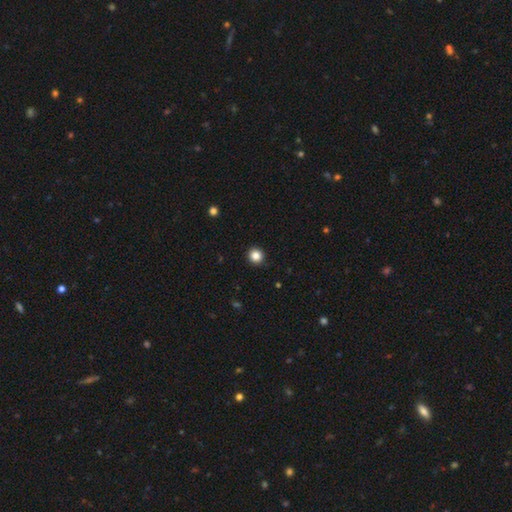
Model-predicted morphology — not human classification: A smooth galaxy with no disk features (85%) that is round (94%).

Vote fractions:
- Smooth or featured? smooth: 85% / star or artifact: 11% / featured or disk: 4%
- How rounded? round: 94% / in between: 5% / cigar-shaped: 1%
- Merging? none: 93% / minor disturbance: 4% / major disturbance: 2% / merger: 1%